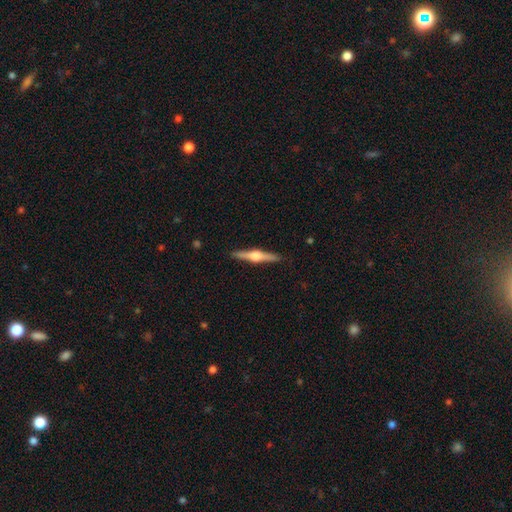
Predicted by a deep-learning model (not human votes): Smooth or featured?
  - featured or disk: 74% *
  - smooth: 21%
  - star or artifact: 5%
Edge-on disk?
  - yes: 98% *
  - no: 2%
Edge-on bulge?
  - rounded: 93% *
  - boxy: 5%
  - none: 2%
Merging?
  - none: 91% *
  - minor disturbance: 7%
  - major disturbance: 1%
  - merger: 1%